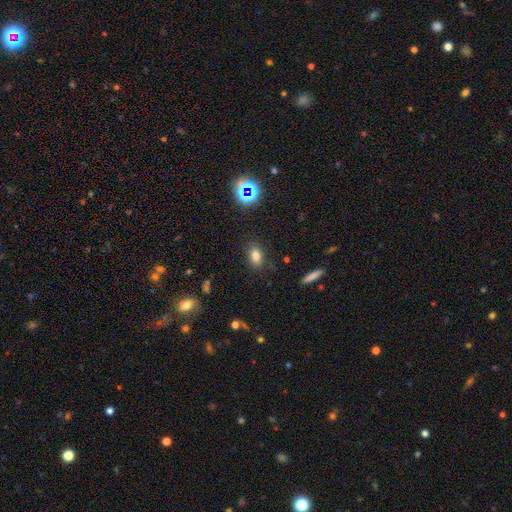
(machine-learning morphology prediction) smooth 76%, star or artifact 16%, featured or disk 8%. Down the decision tree: how rounded — in between (80%); merging — none (84%).